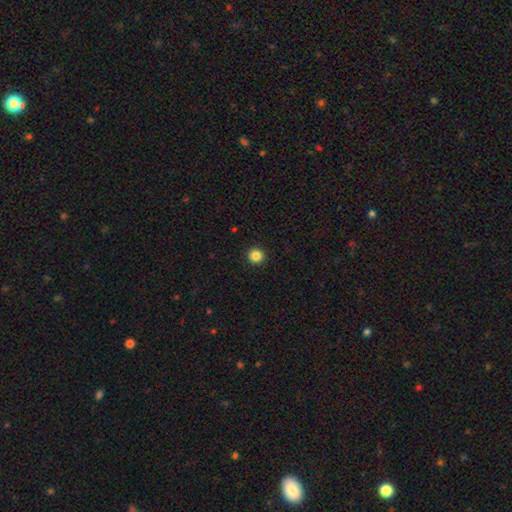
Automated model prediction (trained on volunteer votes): Smooth or featured?
  - smooth: 84% *
  - star or artifact: 12%
  - featured or disk: 4%
How rounded?
  - round: 95% *
  - in between: 4%
  - cigar-shaped: 1%
Merging?
  - none: 93% *
  - minor disturbance: 4%
  - major disturbance: 1%
  - merger: 1%